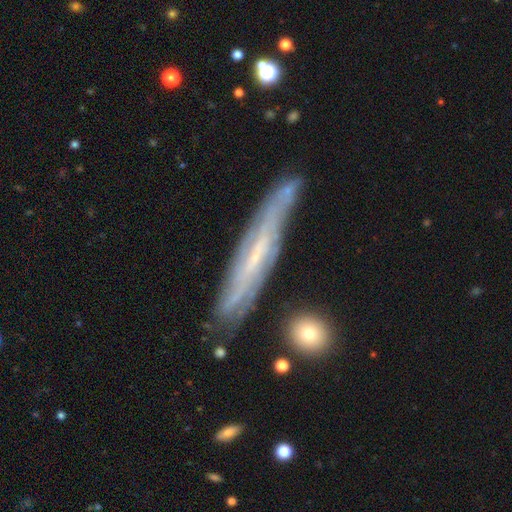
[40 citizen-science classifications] Volunteers were most divided on "edge-on disk": yes: 53%, no: 47%. More confident: edge-on bulge — none (82%); smooth or featured — featured or disk (80%); merging — none (72%).